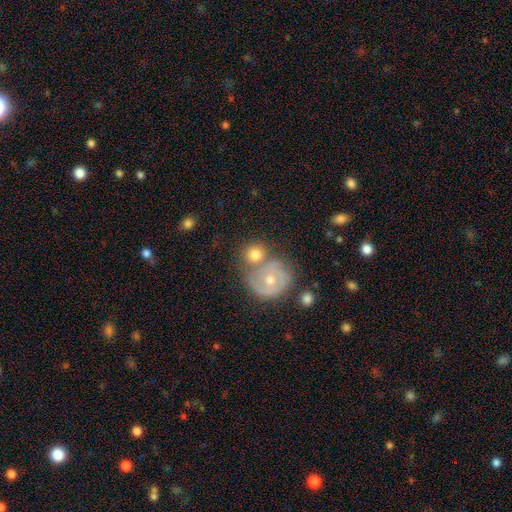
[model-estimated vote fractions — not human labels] This is possibly a smooth galaxy (46%). Merging: possibly none (51%).